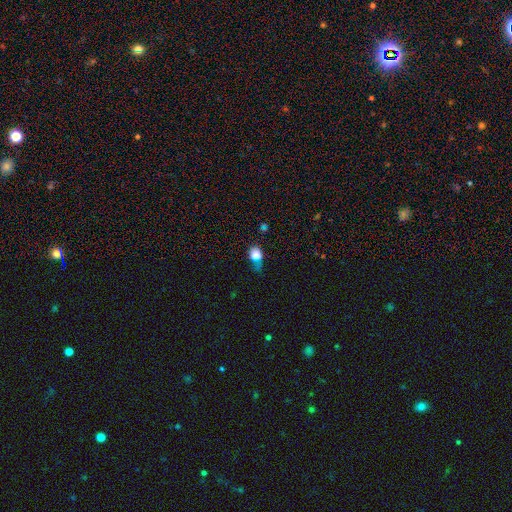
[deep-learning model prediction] Smooth or featured? smooth (75%)
How rounded? in between (57%)
Merging? none (37%)